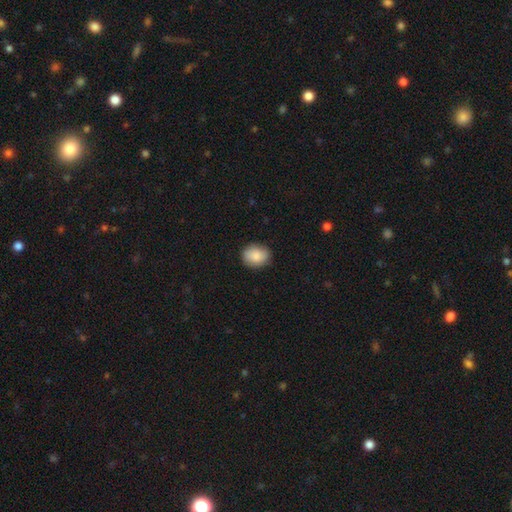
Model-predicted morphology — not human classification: type=smooth (86%); roundness=round (50%); merging=none (85%).